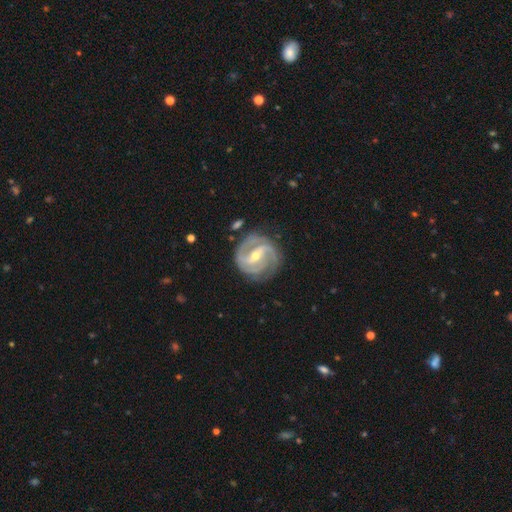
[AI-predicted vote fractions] This appears to be a featured or disk galaxy (91%) with a strong bar (49%), 2 (50%) tight (51%) spiral arms (98%) and a moderate central bulge (49%). Merging: none (79%).